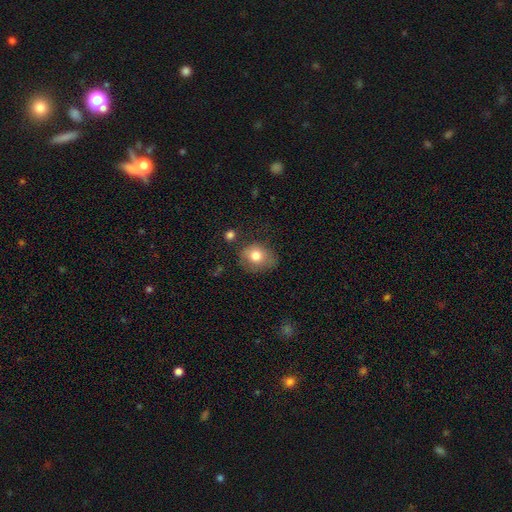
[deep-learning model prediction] Smooth or featured? Predicted: smooth (p=0.77). How rounded? Predicted: round (p=0.61). Merging? Predicted: none (p=0.62).